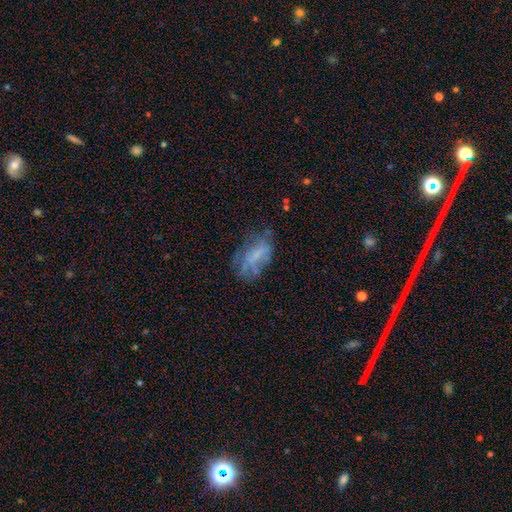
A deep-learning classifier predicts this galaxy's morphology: This is possibly a featured or disk galaxy (46%). Merging: possibly none (46%).